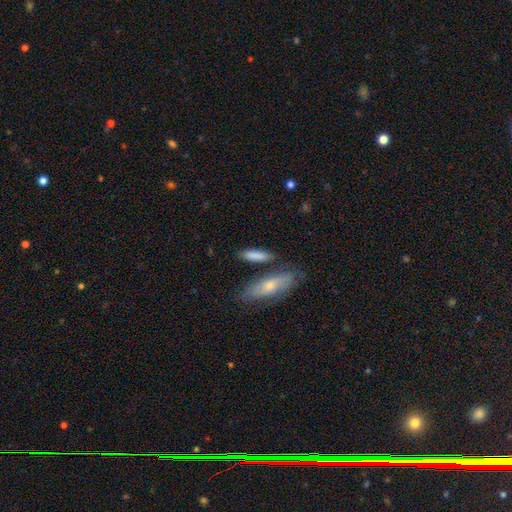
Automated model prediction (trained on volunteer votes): A smooth galaxy with no disk features (80%) that is cigar-shaped (55%). Merging: none (69%).